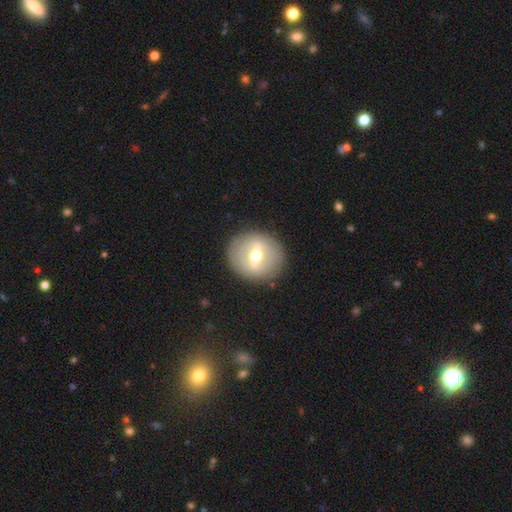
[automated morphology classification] type=featured or disk (66%); edge-on=no (88%); bar=strong (55%); spiral arms=no (76%); bulge=moderate (74%); merging=none (87%).